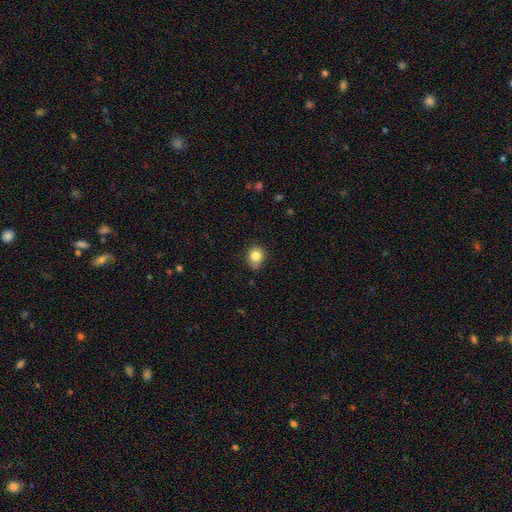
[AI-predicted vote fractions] Overall: smooth (83%). How rounded: round (74%). Merging: none (71%).